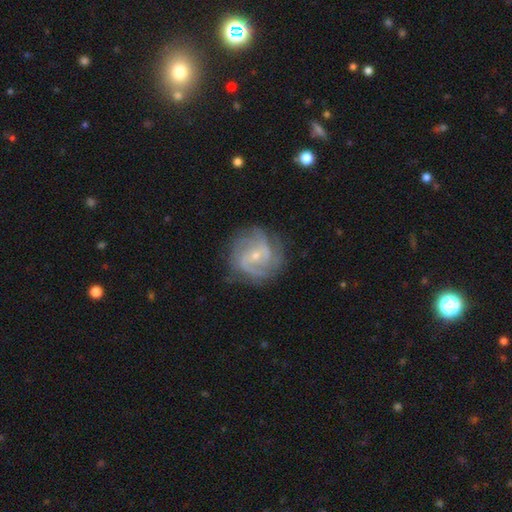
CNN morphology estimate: A featured or disk galaxy (85%) with no bar (44%, tied with weak), 2 (38%) medium (45%) spiral arms (95%) and a small central bulge (74%).

Vote fractions:
- Smooth or featured? featured or disk: 85% / smooth: 9% / star or artifact: 6%
- Edge-on disk? no: 98% / yes: 2%
- Bar? no: 44% (tied) / weak: 44% (tied) / strong: 12%
- Spiral arms? yes: 95% / no: 5%
- Spiral winding? medium: 45% / tight: 43% / loose: 13%
- Spiral arm count? 2: 38% / 3: 22% / can't tell: 22% / 4: 8% / 1: 5% / more than 4: 5%
- Bulge size? small: 74% / moderate: 22% / none: 2% / large: 1% / dominant: 1%
- Merging? none: 75% / minor disturbance: 17% / major disturbance: 7% / merger: 1%